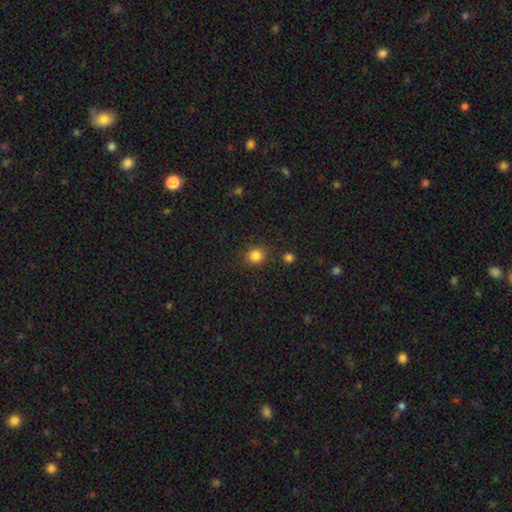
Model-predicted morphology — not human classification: Overall: smooth (84%). How rounded: round (91%). Merging: none (88%).